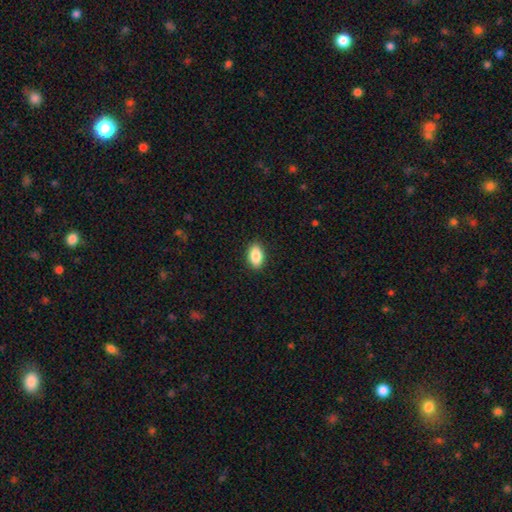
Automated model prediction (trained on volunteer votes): Smooth or featured? smooth (88%)
How rounded? in between (91%)
Merging? none (89%)